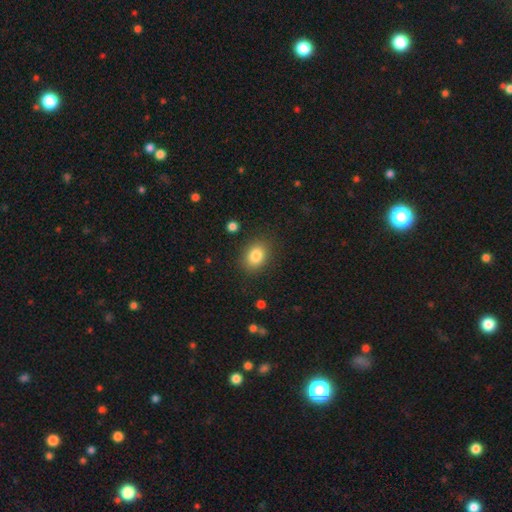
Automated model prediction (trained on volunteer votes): A smooth galaxy with no disk features (84%) that is in between round and cigar-shaped (60%).

Vote fractions:
- Smooth or featured? smooth: 84% / star or artifact: 9% / featured or disk: 7%
- How rounded? in between: 60% / round: 39% / cigar-shaped: 1%
- Merging? none: 86% / minor disturbance: 9% / major disturbance: 3% / merger: 2%